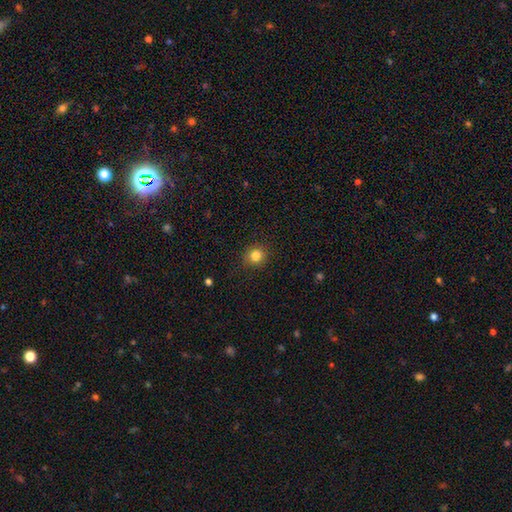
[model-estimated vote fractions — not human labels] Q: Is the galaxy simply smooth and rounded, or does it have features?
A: smooth — 83%.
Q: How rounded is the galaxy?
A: round — 88%.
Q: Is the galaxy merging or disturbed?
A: none — 88%.